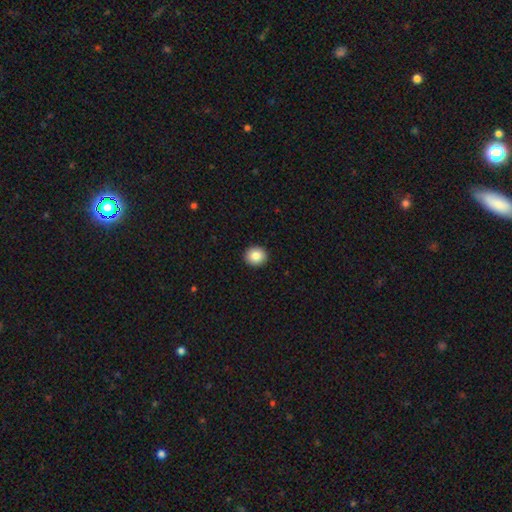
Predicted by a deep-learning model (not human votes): This is clearly a smooth galaxy (85%). How rounded: clearly round (88%). Merging: clearly none (93%).